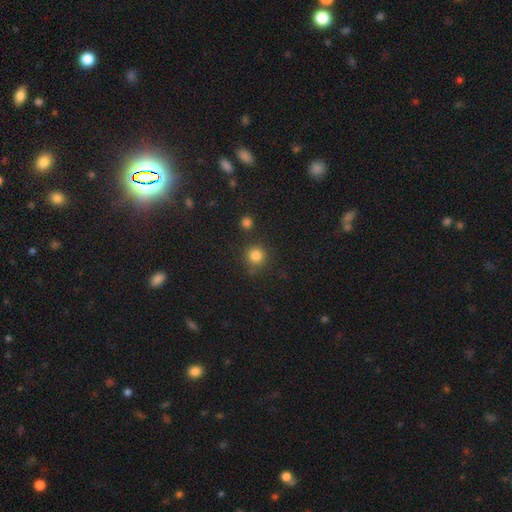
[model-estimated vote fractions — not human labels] The model was most divided on "merging": none: 80%, minor disturbance: 10%, merger: 6%, major disturbance: 4%. More confident: how rounded — round (93%); smooth or featured — smooth (84%).